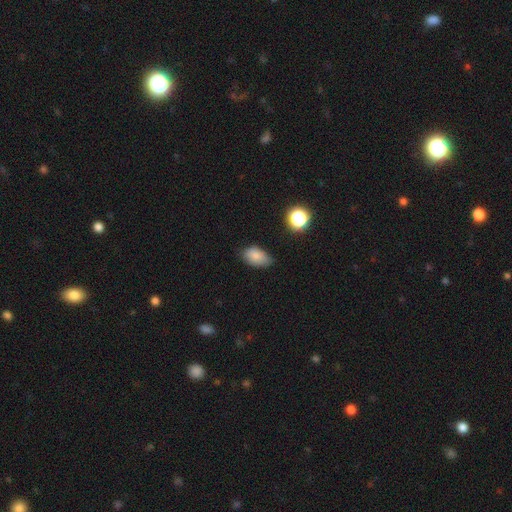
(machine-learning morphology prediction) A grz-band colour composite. It shows a smooth galaxy with no disk features (81%) that is in between round and cigar-shaped (89%). Merging: none (64%).